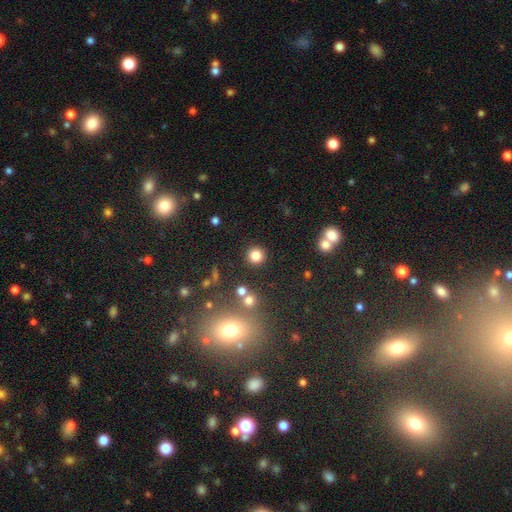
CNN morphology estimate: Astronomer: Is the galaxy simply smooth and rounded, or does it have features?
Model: smooth — 82%.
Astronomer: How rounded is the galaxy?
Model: round — 93%.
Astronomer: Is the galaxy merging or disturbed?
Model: none — 89%.